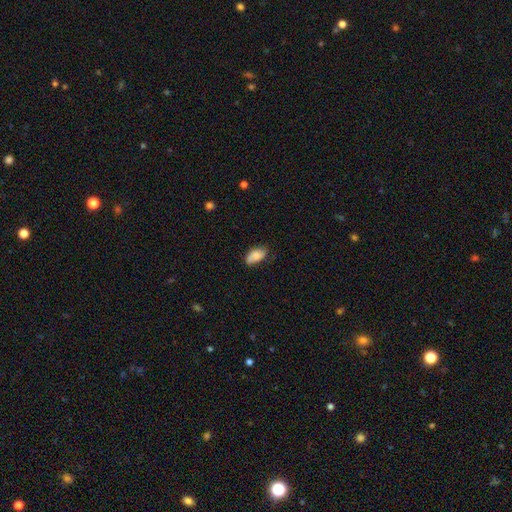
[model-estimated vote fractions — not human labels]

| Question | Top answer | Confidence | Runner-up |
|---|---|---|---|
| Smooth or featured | smooth | 72% | featured or disk (20%) |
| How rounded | in between | 93% | round (4%) |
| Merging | none | 65% | minor disturbance (27%) |